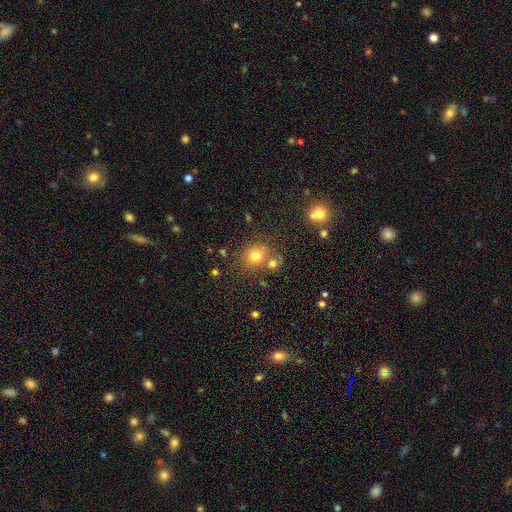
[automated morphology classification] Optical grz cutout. It shows a smooth galaxy with no disk features (75%) that is round (75%). Merging: none (60%).